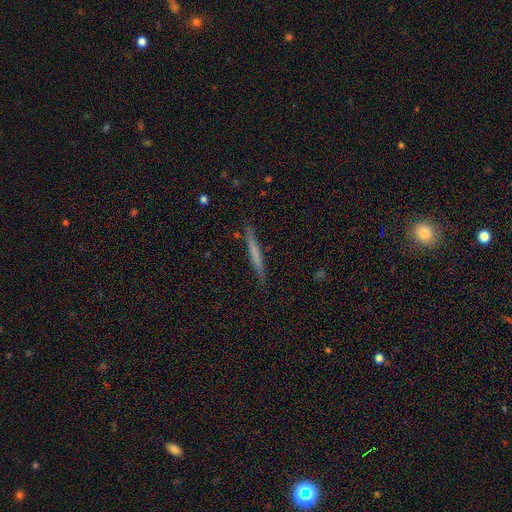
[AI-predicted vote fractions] A smooth galaxy with no disk features (54%) that is cigar-shaped (97%).

Vote fractions:
- Smooth or featured? smooth: 54% / featured or disk: 40% / star or artifact: 6%
- How rounded? cigar-shaped: 97% / in between: 2% / round: 1%
- Merging? none: 88% / minor disturbance: 9% / major disturbance: 2% / merger: 1%